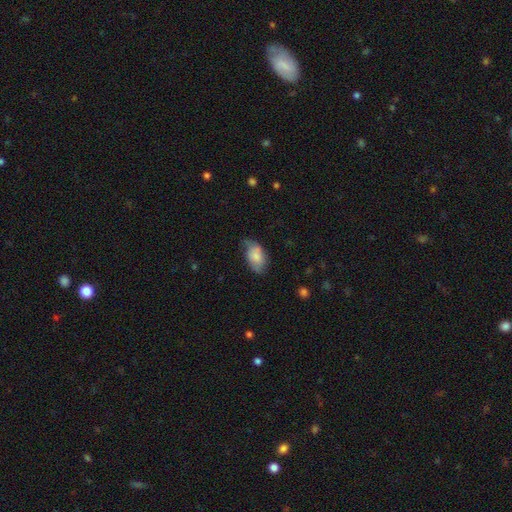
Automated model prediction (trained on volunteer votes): smooth-or-featured: smooth: 74% | featured or disk: 19% | star or artifact: 7%
  how-rounded: in between: 93% | round: 5% | cigar-shaped: 2%
  merging: none: 52% | minor disturbance: 35% | major disturbance: 11% | merger: 2%